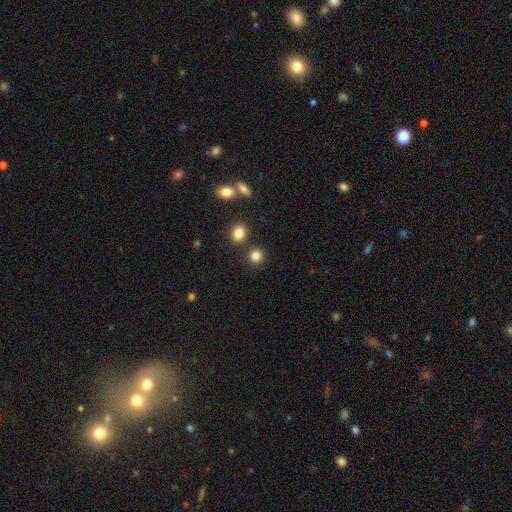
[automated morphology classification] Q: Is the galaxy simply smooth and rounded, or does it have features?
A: smooth — 83%.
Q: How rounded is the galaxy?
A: round — 88%.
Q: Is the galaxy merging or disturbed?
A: none — 81%.